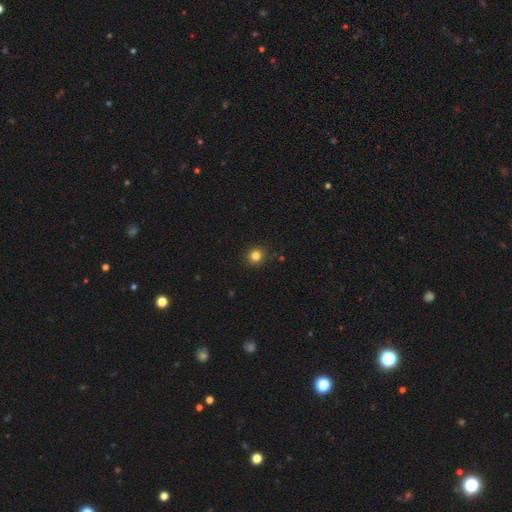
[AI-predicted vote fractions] The model was most divided on "smooth or featured": smooth: 83%, star or artifact: 13%, featured or disk: 5%. More confident: how rounded — round (91%); merging — none (90%).